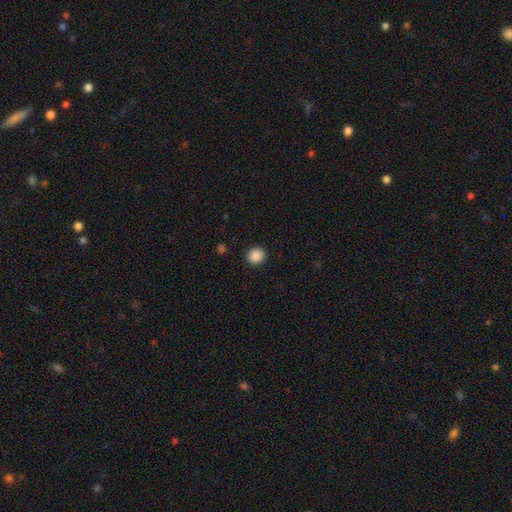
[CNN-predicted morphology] Smooth or featured?
  - smooth: 88% *
  - star or artifact: 10%
  - featured or disk: 2%
How rounded?
  - round: 91% *
  - in between: 8%
  - cigar-shaped: 1%
Merging?
  - none: 92% *
  - minor disturbance: 5%
  - major disturbance: 2%
  - merger: 1%